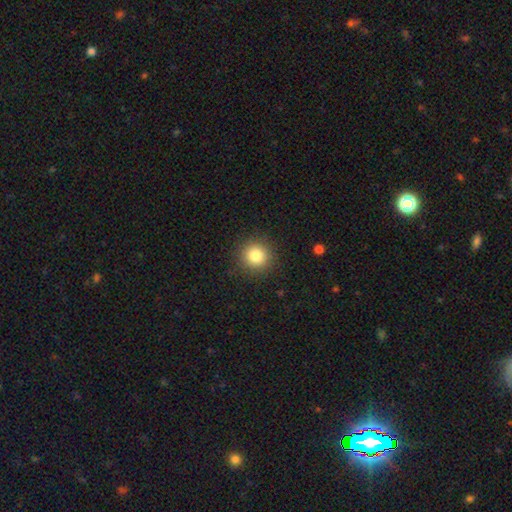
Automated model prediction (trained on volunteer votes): smooth_or_featured: smooth (p=0.83) [alt: star or artifact p=0.11]
how_rounded: round (p=0.94) [alt: in between p=0.05]
merging: none (p=0.90) [alt: minor disturbance p=0.06]